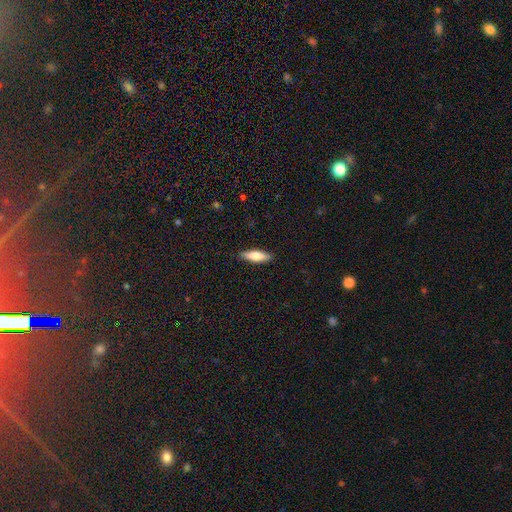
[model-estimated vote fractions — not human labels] This is likely a smooth galaxy (71%). How rounded: possibly cigar-shaped (57%). Merging: clearly none (89%).